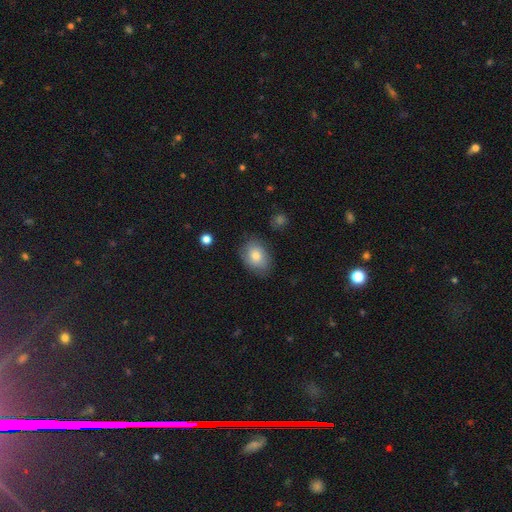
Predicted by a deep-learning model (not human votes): This appears to be a smooth galaxy with no disk features (76%) that is in between round and cigar-shaped (71%). Merging: none (76%).